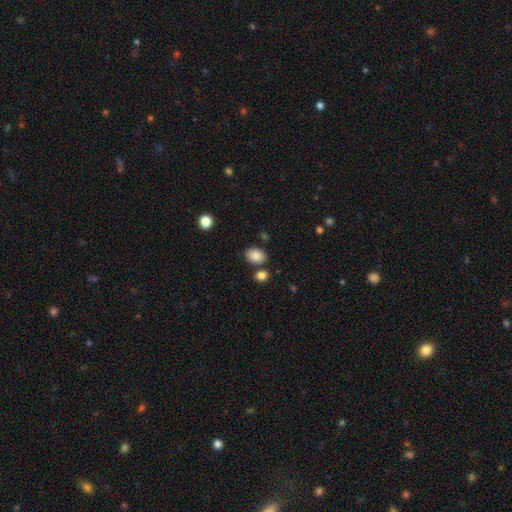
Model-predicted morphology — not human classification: smooth-or-featured: smooth: 86% | star or artifact: 8% | featured or disk: 6%
  how-rounded: in between: 79% | round: 20% | cigar-shaped: 1%
  merging: none: 78% | minor disturbance: 11% | merger: 9% | major disturbance: 3%